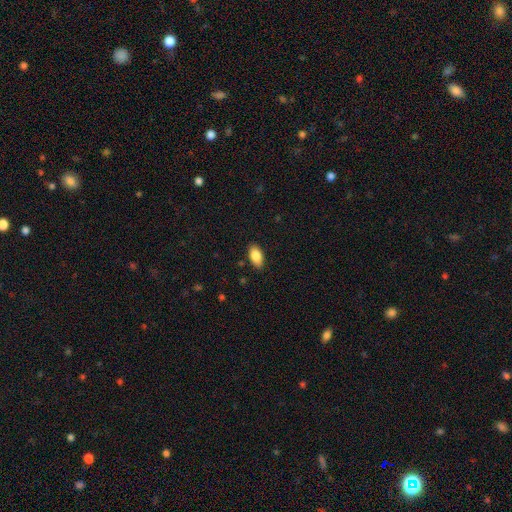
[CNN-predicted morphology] type=smooth (86%); roundness=in between (93%); merging=none (87%).